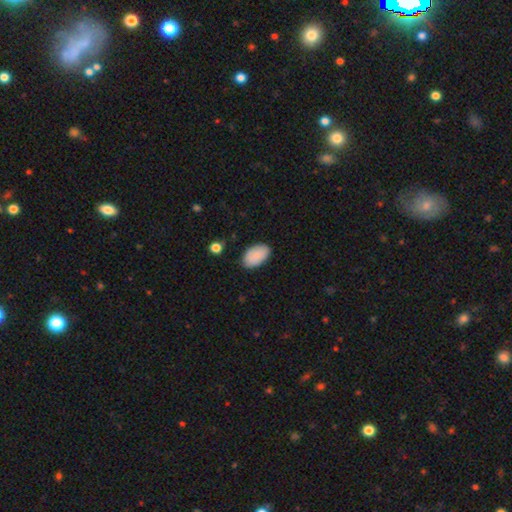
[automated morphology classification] Smooth or featured? smooth (87%)
How rounded? in between (94%)
Merging? none (84%)